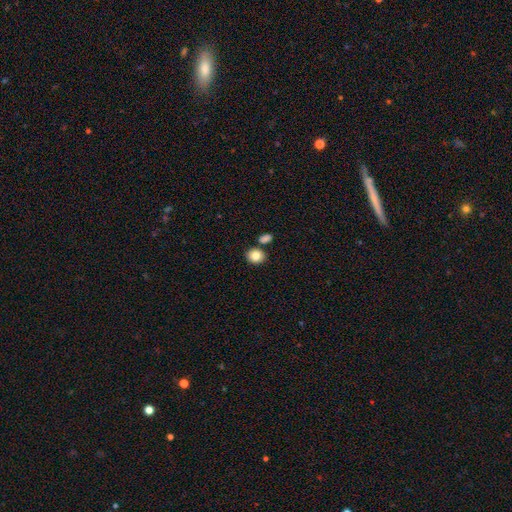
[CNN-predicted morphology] Smooth or featured? Predicted: smooth (p=0.84). How rounded? Predicted: round (p=0.67). Merging? Predicted: none (p=0.76).